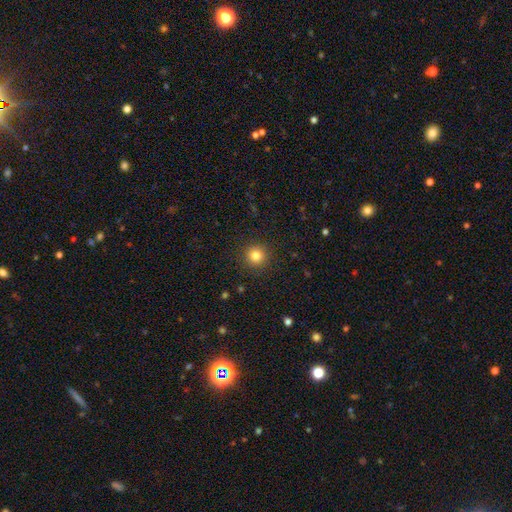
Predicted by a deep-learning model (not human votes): smooth 83%, star or artifact 12%, featured or disk 5%. Down the decision tree: how rounded — round (94%); merging — none (91%).